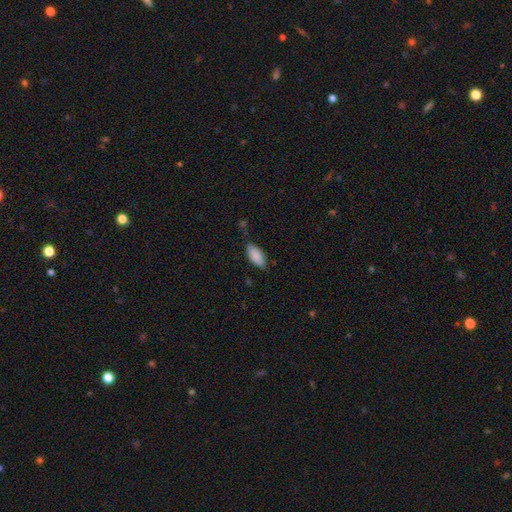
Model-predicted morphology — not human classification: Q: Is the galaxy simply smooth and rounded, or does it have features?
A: smooth — 87%.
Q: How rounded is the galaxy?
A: in between — 87%.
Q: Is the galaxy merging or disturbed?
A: none — 71%.